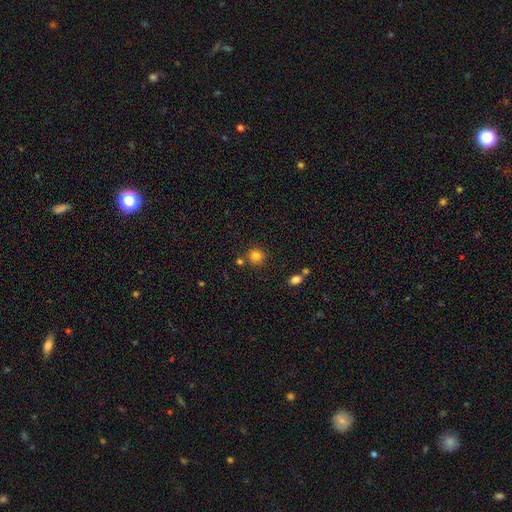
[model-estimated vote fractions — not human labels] Smooth or featured? Predicted: smooth (p=0.83). How rounded? Predicted: round (p=0.91). Merging? Predicted: none (p=0.80).